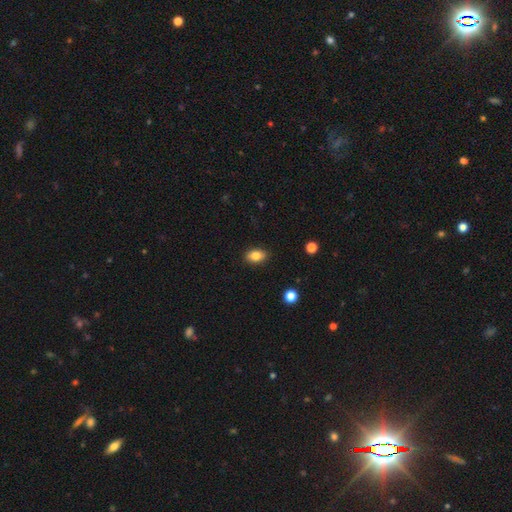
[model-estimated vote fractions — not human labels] The model was most divided on "how rounded": in between: 85%, round: 13%, cigar-shaped: 2%. More confident: merging — none (88%); smooth or featured — smooth (84%).